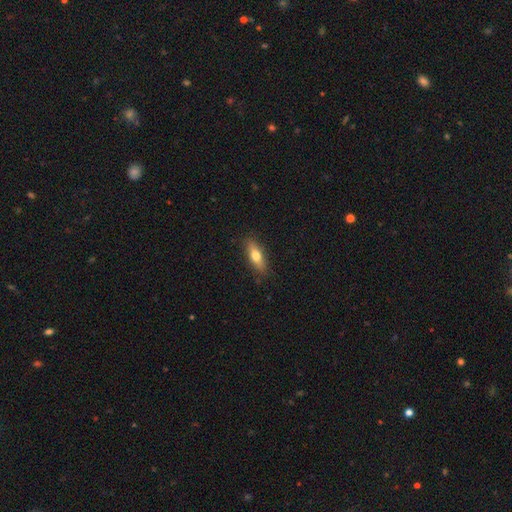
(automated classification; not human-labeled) Morphology: type=smooth (67%); roundness=in between (59%); merging=none (86%).